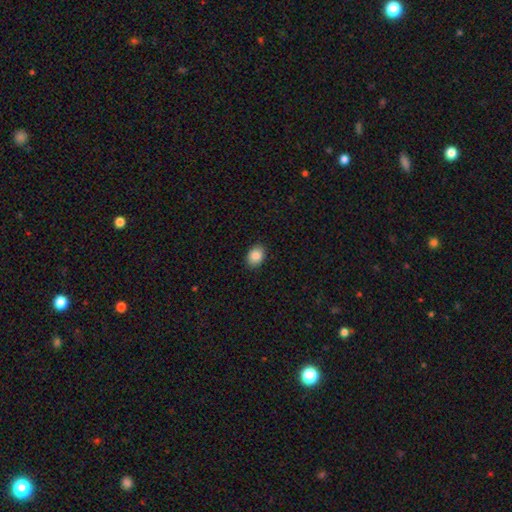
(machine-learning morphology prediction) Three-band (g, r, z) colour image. It shows a smooth galaxy with no disk features (88%) that is in between round and cigar-shaped (72%). Merging: none (89%).